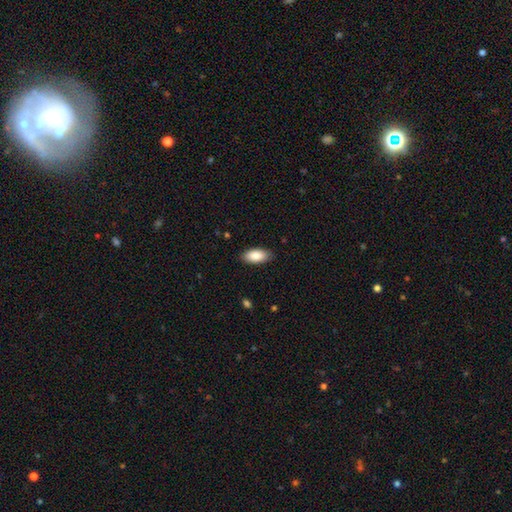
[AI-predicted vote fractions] Smooth or featured?
  - smooth: 87% *
  - featured or disk: 7%
  - star or artifact: 6%
How rounded?
  - in between: 91% *
  - cigar-shaped: 7%
  - round: 2%
Merging?
  - none: 87% *
  - minor disturbance: 10%
  - major disturbance: 2%
  - merger: 1%